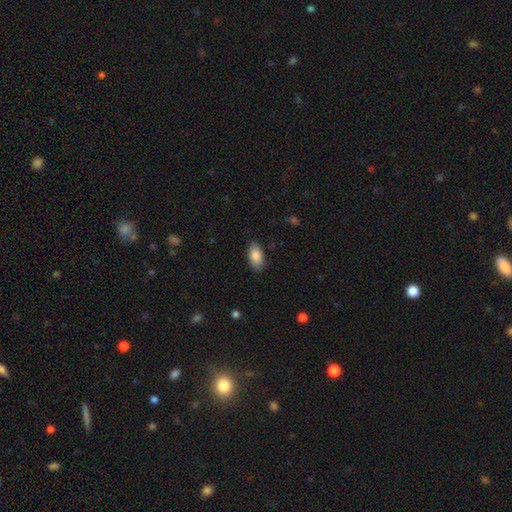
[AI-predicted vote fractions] Overall: smooth (88%). How rounded: in between (93%). Merging: none (85%).